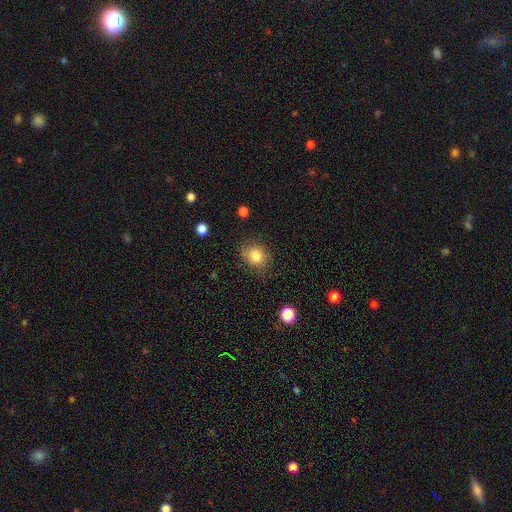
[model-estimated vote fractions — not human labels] This is clearly a smooth galaxy (82%). How rounded: possibly round (58%). Merging: likely none (69%).